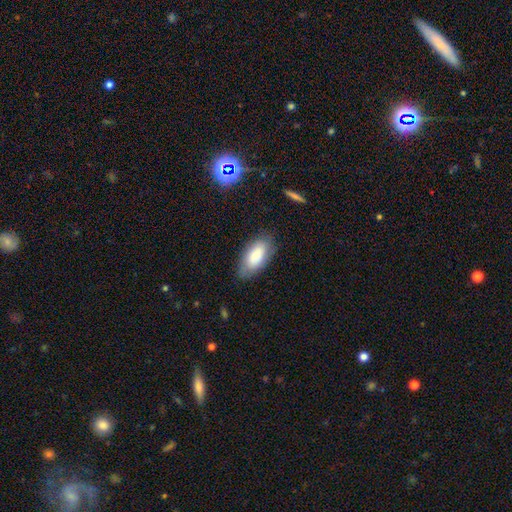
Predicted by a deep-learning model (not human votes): Q: Smooth or featured?
A: smooth (81%); runner-up: featured or disk (12%)
Q: How rounded?
A: in between (91%); runner-up: cigar-shaped (6%)
Q: Merging?
A: none (78%); runner-up: minor disturbance (16%)